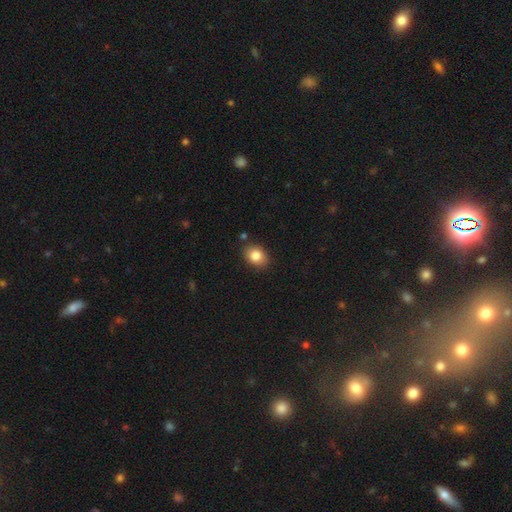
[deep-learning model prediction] smooth 85%, star or artifact 9%, featured or disk 7%. Down the decision tree: how rounded — in between (64%); merging — none (85%).